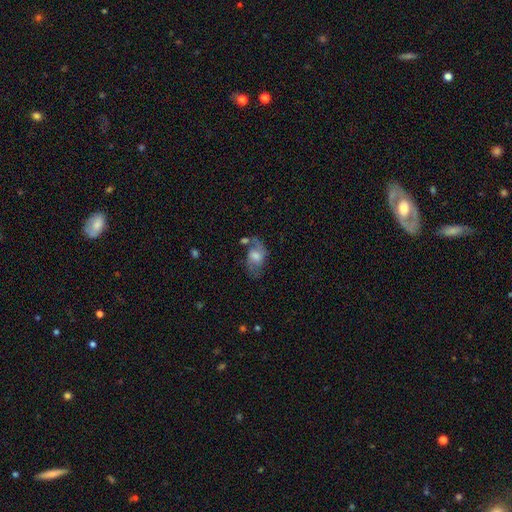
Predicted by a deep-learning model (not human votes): The model was most divided on "bar": no: 46%, weak: 45%, strong: 10%. Remaining: edge-on disk — no (96%); spiral arms — yes (88%); spiral arm count — 2 (85%); smooth or featured — featured or disk (66%); merging — none (53%); spiral winding — loose (48%); bulge size — moderate (45%).